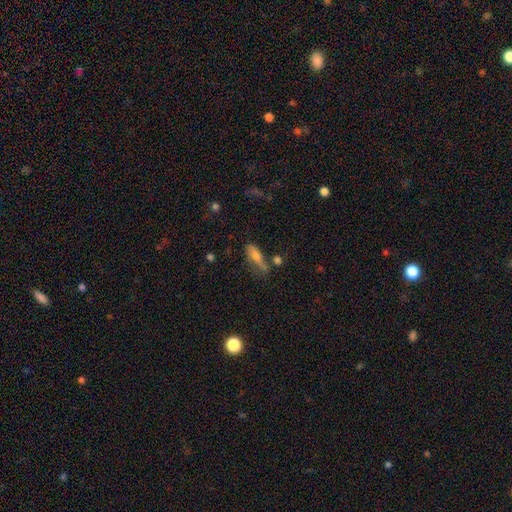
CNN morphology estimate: type=smooth (55%); roundness=cigar-shaped (58%); merging=none (50%).